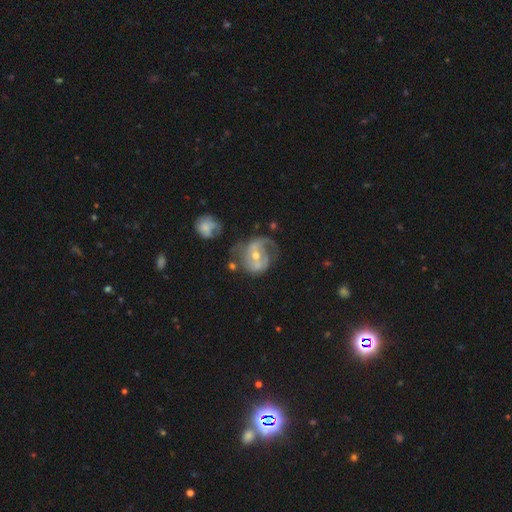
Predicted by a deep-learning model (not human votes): smooth_or_featured: featured or disk (p=0.77) [alt: smooth p=0.15]
disk_edge_on: no (p=0.97) [alt: yes p=0.03]
bar: no (p=0.39) [alt: weak p=0.38]
has_spiral_arms: yes (p=0.83) [alt: no p=0.17]
spiral_winding: medium (p=0.42) [alt: tight p=0.31]
spiral_arm_count: 2 (p=0.49) [alt: 1 p=0.22]
bulge_size: moderate (p=0.54) [alt: small p=0.42]
merging: none (p=0.46) [alt: major disturbance p=0.24]